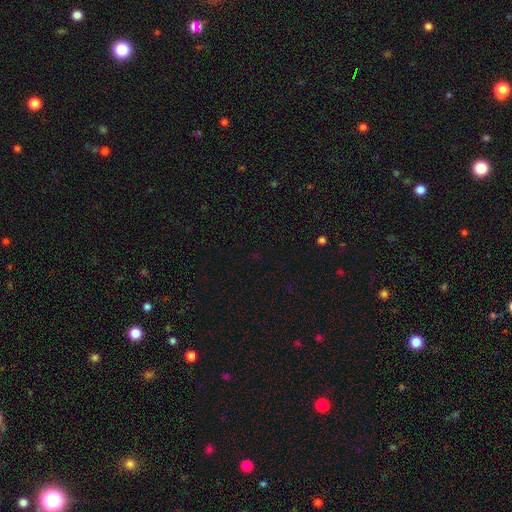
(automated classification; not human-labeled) star or artifact 69%, smooth 24%, featured or disk 7%.